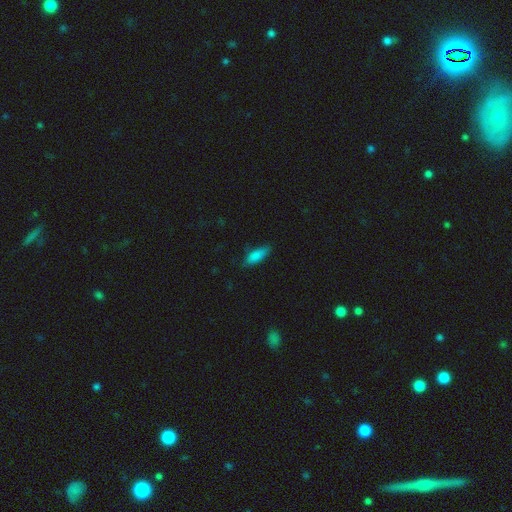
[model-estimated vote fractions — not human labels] smooth 83%, featured or disk 9%, star or artifact 7%. Down the decision tree: how rounded — in between (62%); merging — none (75%).